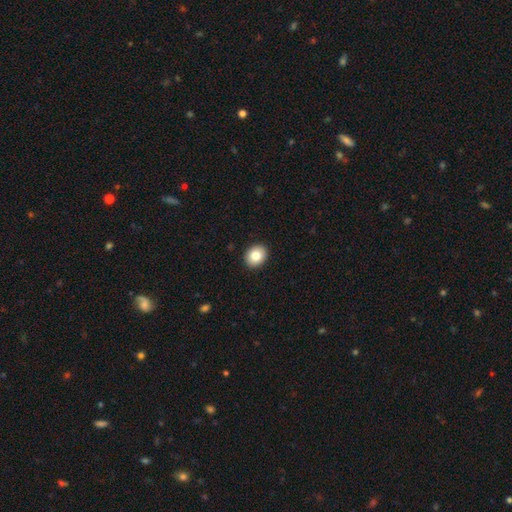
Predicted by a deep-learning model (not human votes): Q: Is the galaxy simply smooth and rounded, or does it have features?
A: smooth — 83%.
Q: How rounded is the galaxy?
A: round — 51%.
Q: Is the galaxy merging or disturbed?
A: none — 92%.